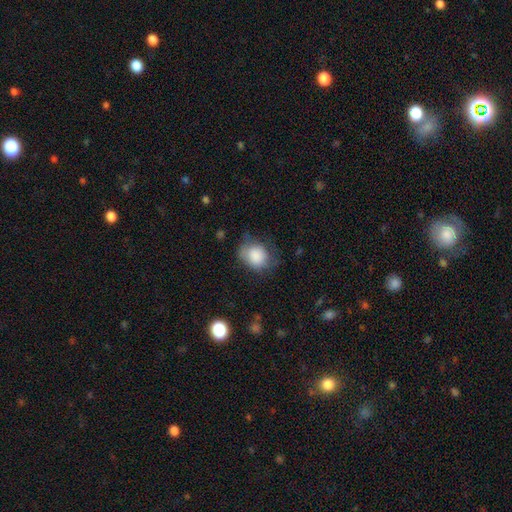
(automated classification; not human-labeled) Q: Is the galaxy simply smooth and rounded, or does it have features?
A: smooth — 84%.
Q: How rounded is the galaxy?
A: round — 53%.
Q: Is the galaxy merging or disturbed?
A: none — 54%.